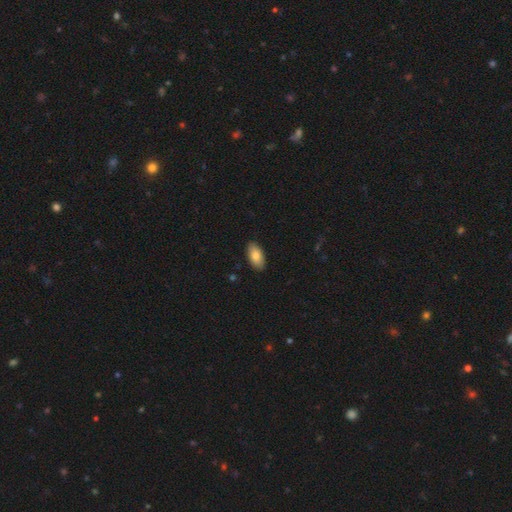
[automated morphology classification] Overall: smooth (82%). How rounded: in between (93%). Merging: none (89%).